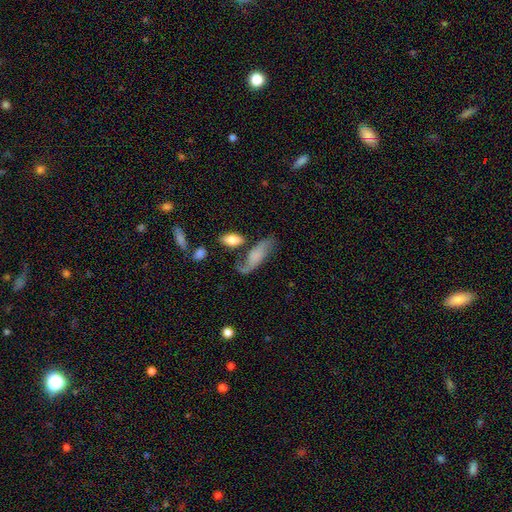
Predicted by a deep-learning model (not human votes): Morphology: type=featured or disk (50%); merging=none (43%).